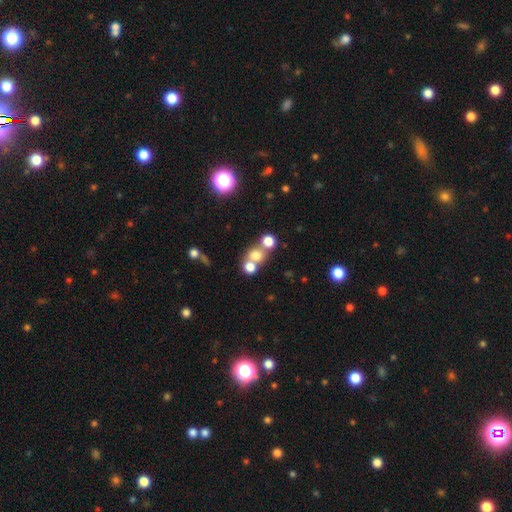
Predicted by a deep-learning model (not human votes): This is likely a smooth galaxy (69%). How rounded: likely round (78%). Merging: possibly merger (46%).